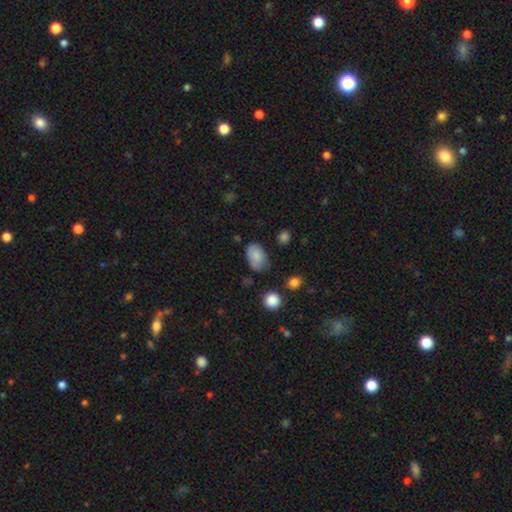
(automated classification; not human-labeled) A smooth galaxy with no disk features (81%) that is in between round and cigar-shaped (86%).

Vote fractions:
- Smooth or featured? smooth: 81% / featured or disk: 11% / star or artifact: 9%
- How rounded? in between: 86% / round: 13% / cigar-shaped: 1%
- Merging? none: 54% / minor disturbance: 33% / major disturbance: 9% / merger: 4%